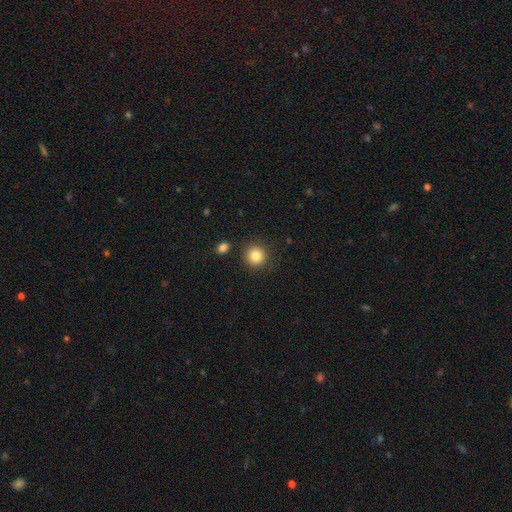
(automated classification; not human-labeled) Overall: smooth (84%). How rounded: round (92%). Merging: none (87%).